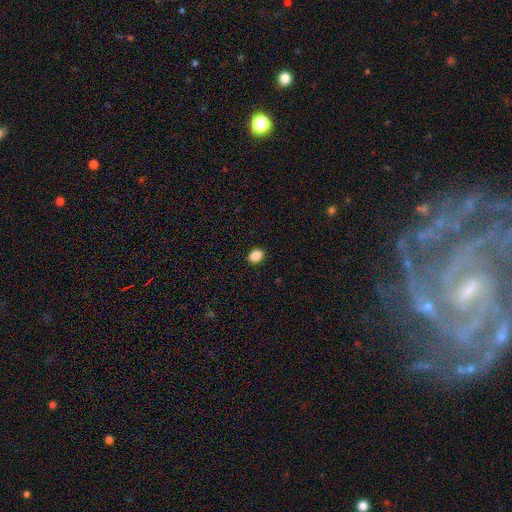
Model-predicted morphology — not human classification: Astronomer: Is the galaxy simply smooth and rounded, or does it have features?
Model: smooth — 88%.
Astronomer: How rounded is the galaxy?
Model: in between — 64%.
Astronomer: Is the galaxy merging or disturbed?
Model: none — 91%.